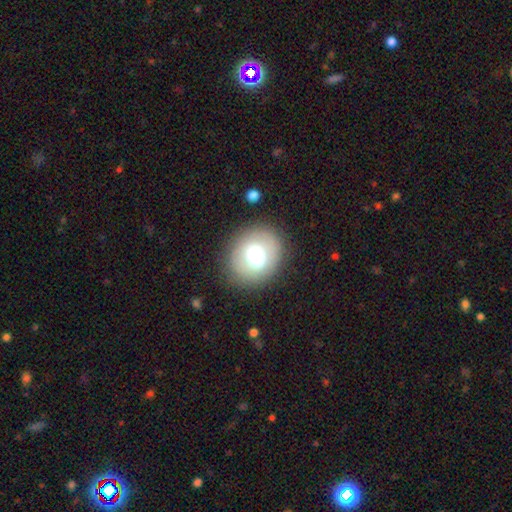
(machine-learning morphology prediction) type=smooth (69%); roundness=round (70%); merging=none (84%).